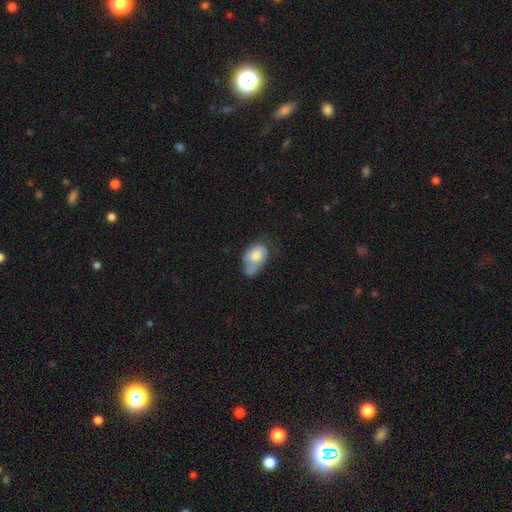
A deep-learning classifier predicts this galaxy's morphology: Q: Smooth or featured?
A: smooth (71%); runner-up: featured or disk (22%)
Q: How rounded?
A: in between (85%); runner-up: round (13%)
Q: Merging?
A: minor disturbance (31%); runner-up: none (26%)